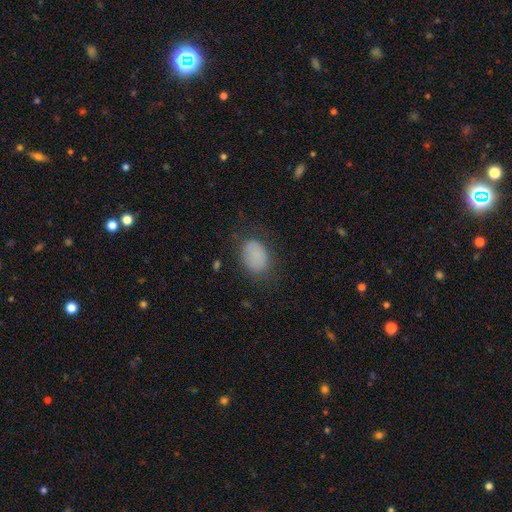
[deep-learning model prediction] A smooth galaxy with no disk features (84%) that is in between round and cigar-shaped (79%).

Vote fractions:
- Smooth or featured? smooth: 84% / star or artifact: 9% / featured or disk: 7%
- How rounded? in between: 79% / round: 20% / cigar-shaped: 1%
- Merging? none: 72% / minor disturbance: 18% / major disturbance: 9% / merger: 1%